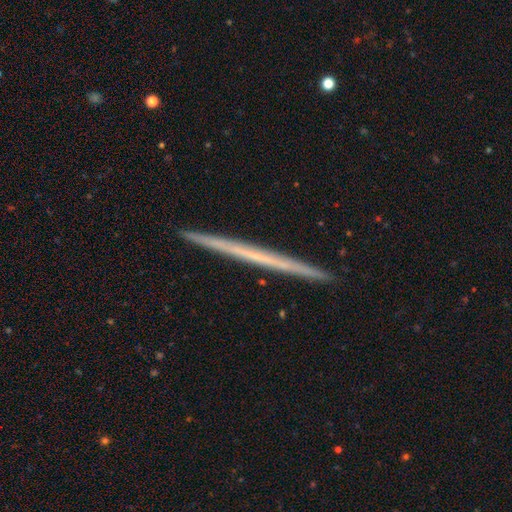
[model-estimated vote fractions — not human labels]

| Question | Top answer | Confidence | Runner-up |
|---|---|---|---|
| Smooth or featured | featured or disk | 59% | smooth (34%) |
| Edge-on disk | yes | 98% | no (2%) |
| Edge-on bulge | none | 93% | rounded (5%) |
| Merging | none | 93% | minor disturbance (5%) |